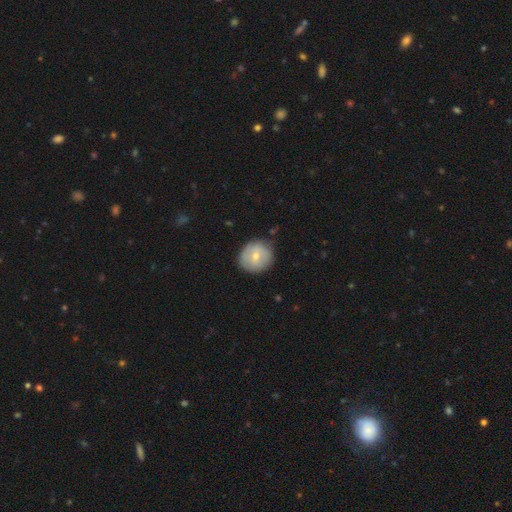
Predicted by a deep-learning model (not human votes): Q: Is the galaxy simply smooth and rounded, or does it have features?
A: smooth — 62%.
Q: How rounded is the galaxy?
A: round — 87%.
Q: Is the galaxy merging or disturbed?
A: none — 79%.